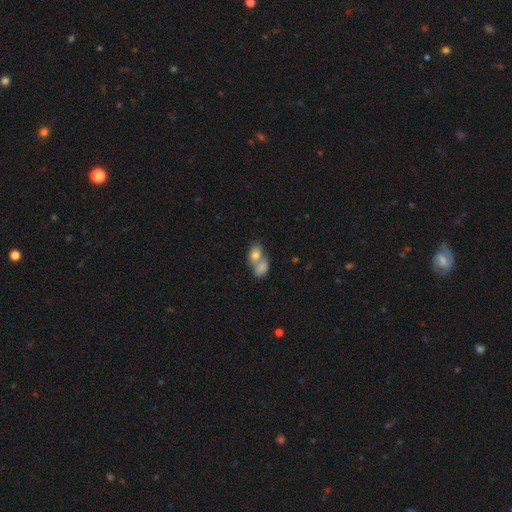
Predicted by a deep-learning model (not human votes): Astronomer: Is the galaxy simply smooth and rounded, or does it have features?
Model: smooth — 78%.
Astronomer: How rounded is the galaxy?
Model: in between — 74%.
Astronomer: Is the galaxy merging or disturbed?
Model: merger — 66%.